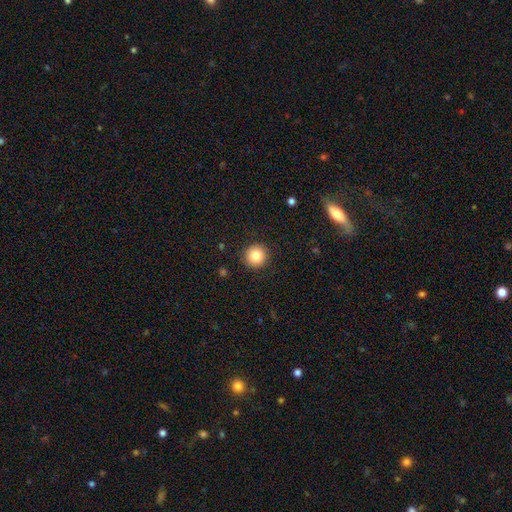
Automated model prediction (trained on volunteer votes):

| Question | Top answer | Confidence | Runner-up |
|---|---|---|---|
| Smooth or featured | smooth | 83% | star or artifact (10%) |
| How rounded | round | 95% | in between (4%) |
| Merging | none | 92% | minor disturbance (5%) |